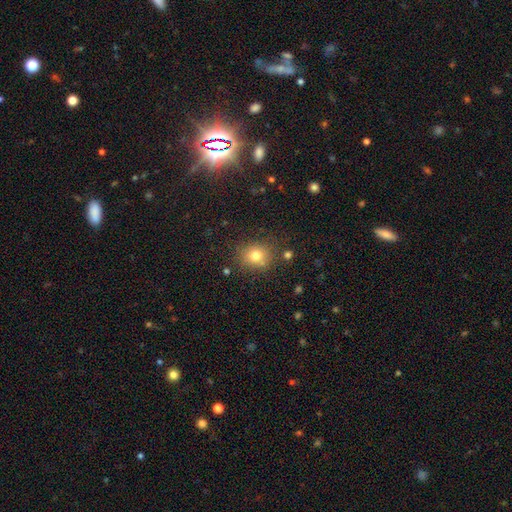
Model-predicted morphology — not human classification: Overall: smooth (78%). How rounded: round (74%). Merging: none (78%).